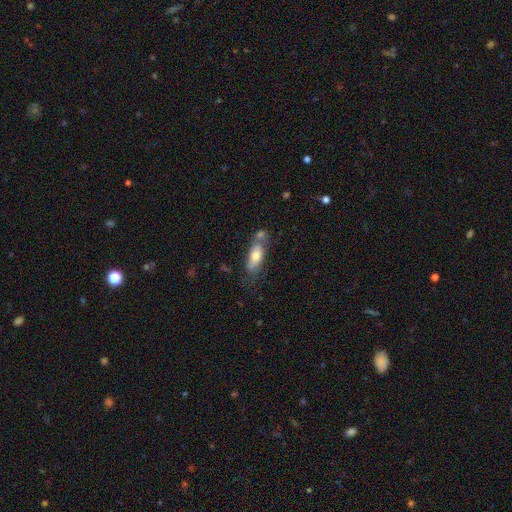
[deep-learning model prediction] This appears to be a smooth galaxy with no disk features (69%) that is in between round and cigar-shaped (75%). Merging: none (46%).